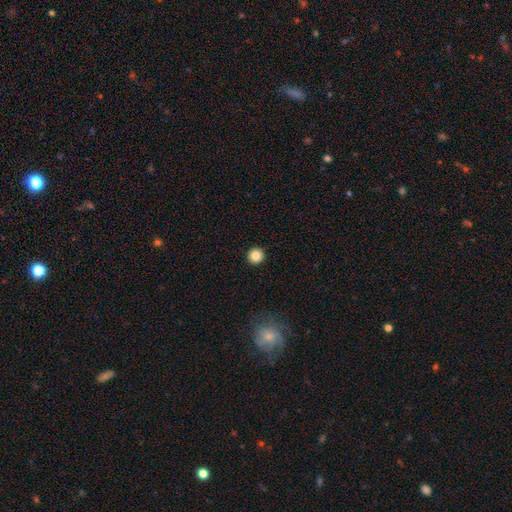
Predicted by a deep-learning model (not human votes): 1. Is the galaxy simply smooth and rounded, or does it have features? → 85% smooth, 10% star or artifact, 5% featured or disk.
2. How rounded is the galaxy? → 96% round, 3% in between, 1% cigar-shaped.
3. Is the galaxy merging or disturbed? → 94% none, 4% minor disturbance, 1% major disturbance, 1% merger.